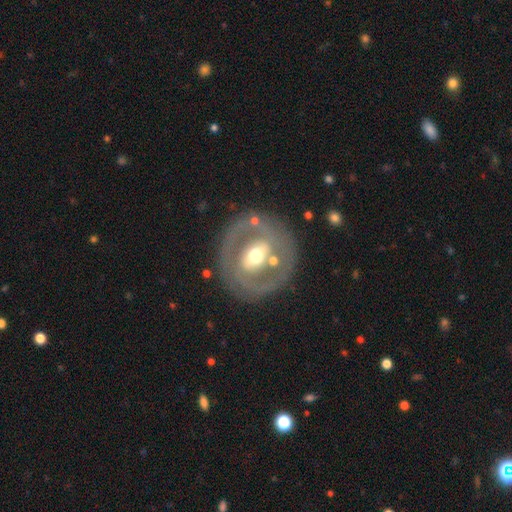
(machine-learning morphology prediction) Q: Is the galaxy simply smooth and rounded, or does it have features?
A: featured or disk — 67%.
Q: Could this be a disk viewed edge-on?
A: no — 93%.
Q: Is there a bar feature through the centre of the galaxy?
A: strong — 36%.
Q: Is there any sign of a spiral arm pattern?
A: no — 73%.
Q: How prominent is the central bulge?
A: moderate — 66%.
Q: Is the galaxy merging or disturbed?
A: none — 77%.